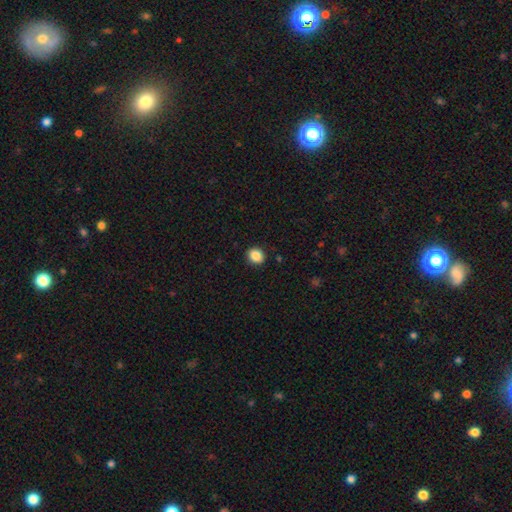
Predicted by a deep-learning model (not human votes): smooth 87%, star or artifact 9%, featured or disk 4%. Down the decision tree: how rounded — round (73%); merging — none (91%).